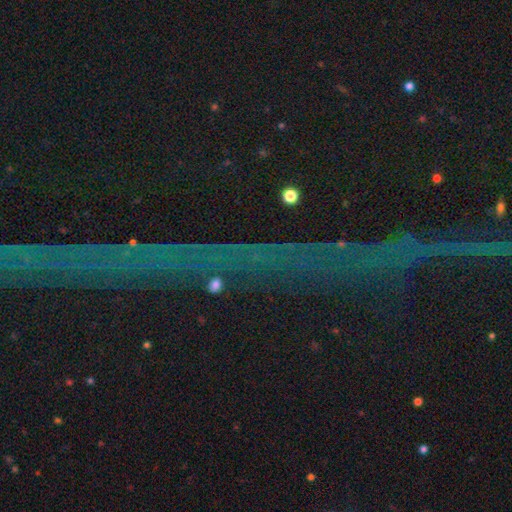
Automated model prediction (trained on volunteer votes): Smooth or featured?
  - star or artifact: 80% *
  - featured or disk: 11%
  - smooth: 9%